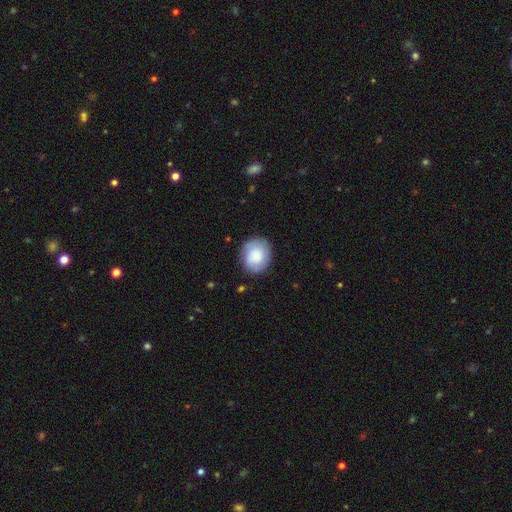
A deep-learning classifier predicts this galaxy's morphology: smooth_or_featured: smooth (p=0.70) [alt: featured or disk p=0.23]
how_rounded: round (p=0.66) [alt: in between p=0.33]
merging: none (p=0.78) [alt: minor disturbance p=0.16]